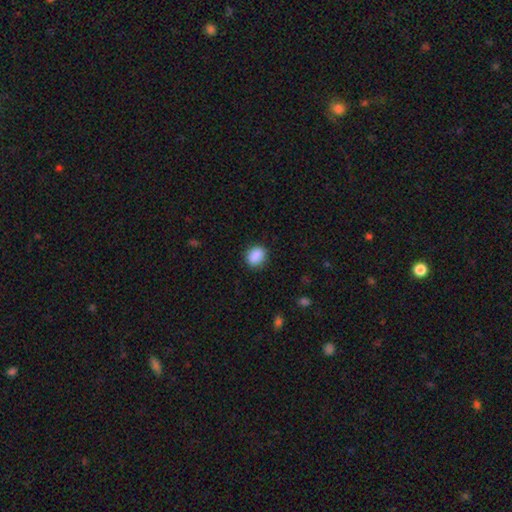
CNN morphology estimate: Smooth or featured? Predicted: smooth (p=0.89). How rounded? Predicted: in between (p=0.50). Merging? Predicted: none (p=0.86).